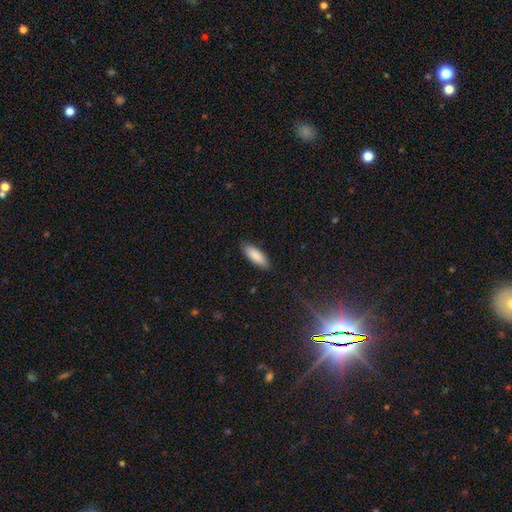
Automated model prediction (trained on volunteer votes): Smooth or featured?
  - smooth: 88% *
  - featured or disk: 6%
  - star or artifact: 6%
How rounded?
  - in between: 63% *
  - cigar-shaped: 36%
  - round: 1%
Merging?
  - none: 89% *
  - minor disturbance: 8%
  - major disturbance: 2%
  - merger: 1%